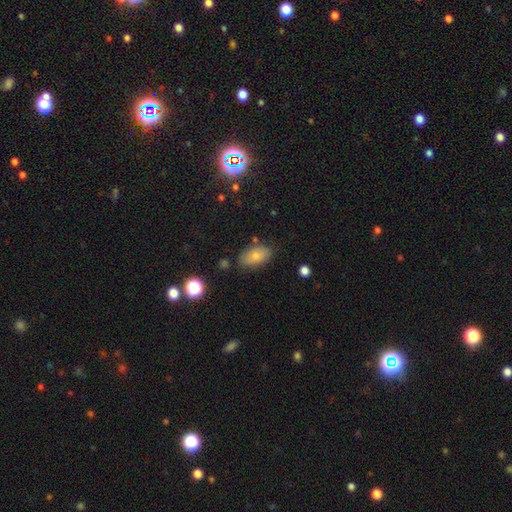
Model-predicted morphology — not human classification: This is likely a smooth galaxy (77%). How rounded: clearly in between (91%). Merging: likely none (77%).